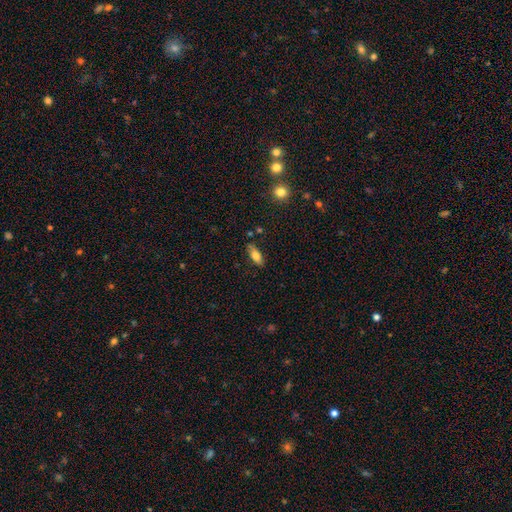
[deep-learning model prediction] smooth 76%, featured or disk 16%, star or artifact 7%. Down the decision tree: how rounded — in between (72%); merging — none (77%).